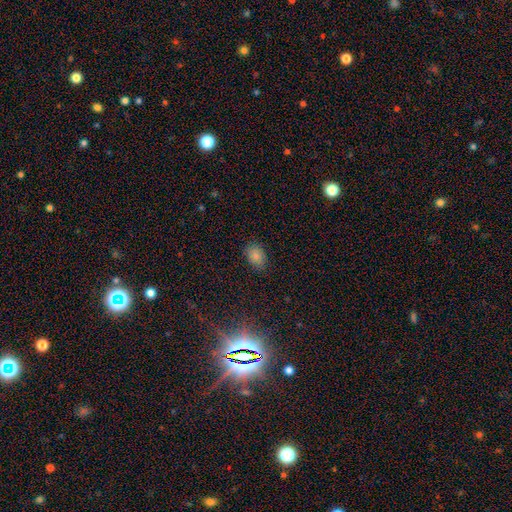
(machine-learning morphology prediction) Smooth or featured?
  - smooth: 84% *
  - star or artifact: 11%
  - featured or disk: 5%
How rounded?
  - in between: 75% *
  - round: 24%
  - cigar-shaped: 1%
Merging?
  - none: 83% *
  - minor disturbance: 13%
  - major disturbance: 3%
  - merger: 1%